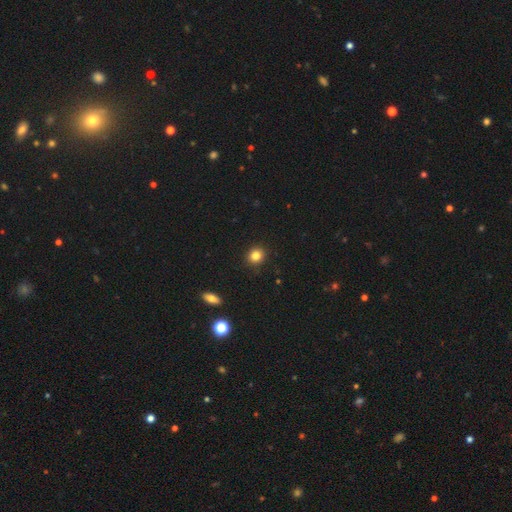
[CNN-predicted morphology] smooth 83%, star or artifact 12%, featured or disk 5%. Down the decision tree: how rounded — round (82%); merging — none (91%).